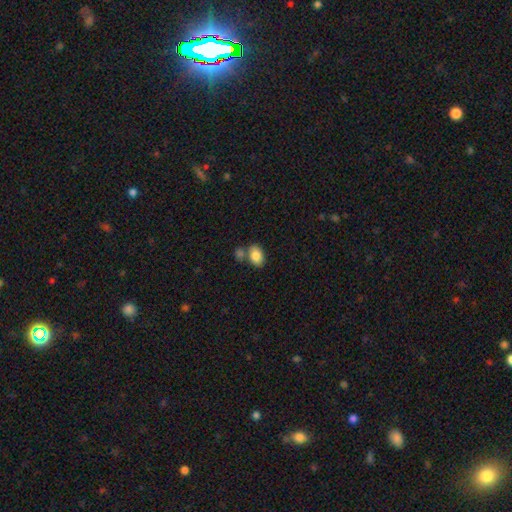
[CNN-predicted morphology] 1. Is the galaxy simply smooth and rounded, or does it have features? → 84% smooth, 8% featured or disk, 7% star or artifact.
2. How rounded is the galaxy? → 84% in between, 14% round, 1% cigar-shaped.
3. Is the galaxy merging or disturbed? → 60% none, 24% merger, 12% minor disturbance, 3% major disturbance.